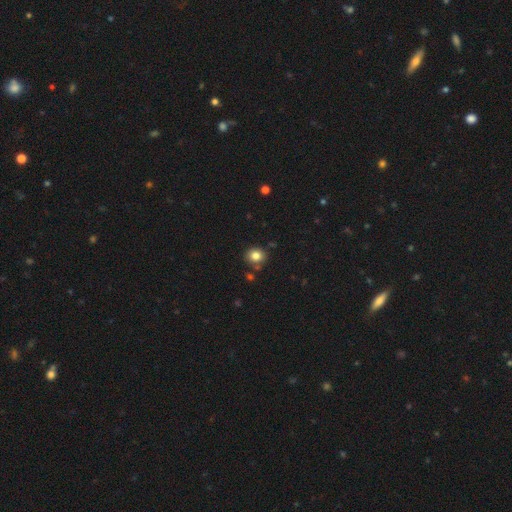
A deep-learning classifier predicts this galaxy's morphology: Smooth or featured?
  - smooth: 82% *
  - star or artifact: 11%
  - featured or disk: 7%
How rounded?
  - round: 80% *
  - in between: 19%
  - cigar-shaped: 1%
Merging?
  - none: 81% *
  - minor disturbance: 10%
  - merger: 7%
  - major disturbance: 3%